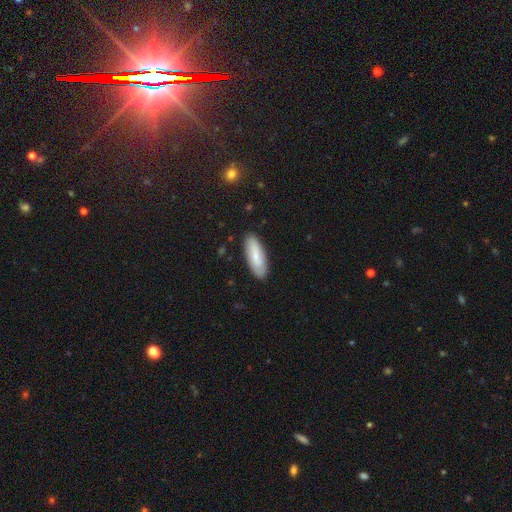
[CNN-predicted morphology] Smooth or featured?
  - smooth: 72% *
  - featured or disk: 22%
  - star or artifact: 6%
How rounded?
  - in between: 70% *
  - cigar-shaped: 28%
  - round: 2%
Merging?
  - none: 88% *
  - minor disturbance: 9%
  - major disturbance: 2%
  - merger: 1%